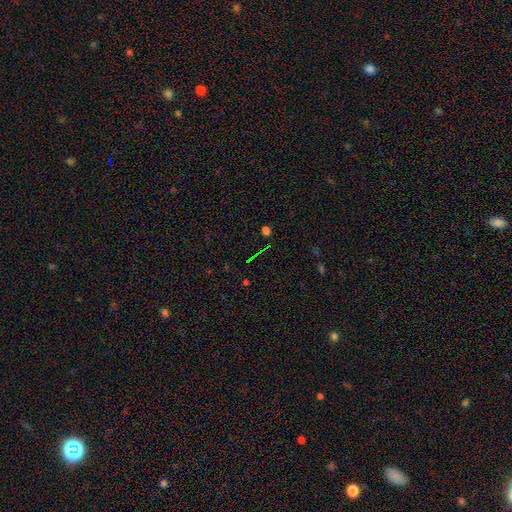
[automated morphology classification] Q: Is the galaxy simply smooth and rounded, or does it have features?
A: star or artifact — 71%.